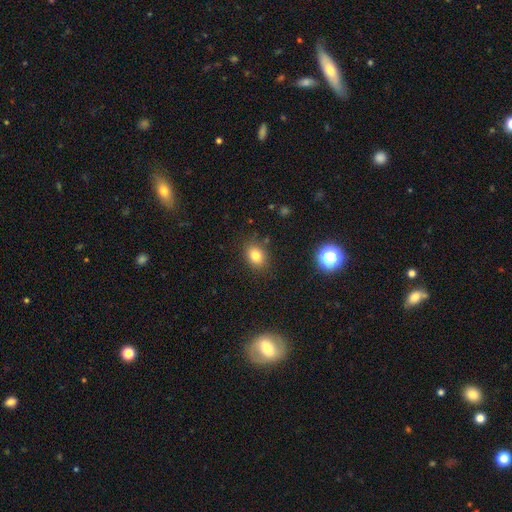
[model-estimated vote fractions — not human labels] smooth_or_featured: smooth (p=0.79) [alt: star or artifact p=0.13]
how_rounded: in between (p=0.60) [alt: round p=0.39]
merging: none (p=0.83) [alt: minor disturbance p=0.11]